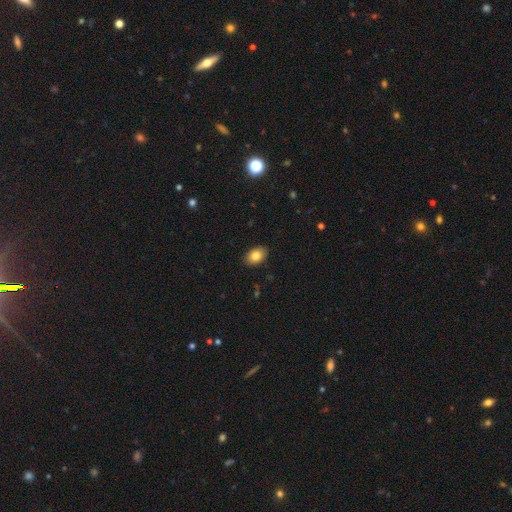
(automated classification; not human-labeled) smooth-or-featured: smooth: 84% | featured or disk: 8% | star or artifact: 8%
  how-rounded: in between: 85% | round: 14% | cigar-shaped: 1%
  merging: none: 89% | minor disturbance: 8% | major disturbance: 2% | merger: 1%